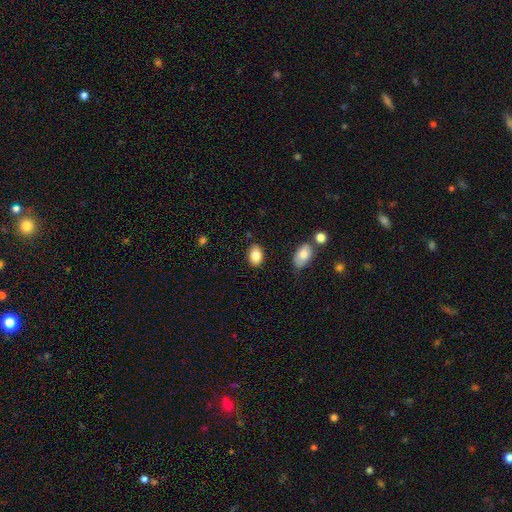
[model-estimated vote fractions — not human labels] Smooth or featured?
  - smooth: 85% *
  - featured or disk: 8%
  - star or artifact: 7%
How rounded?
  - in between: 83% *
  - round: 16%
  - cigar-shaped: 1%
Merging?
  - none: 83% *
  - minor disturbance: 12%
  - major disturbance: 3%
  - merger: 3%